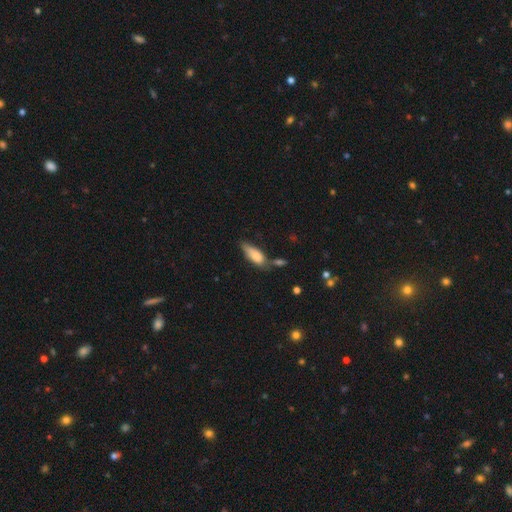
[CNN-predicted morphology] A smooth galaxy with no disk features (75%) that is in between round and cigar-shaped (73%).

Vote fractions:
- Smooth or featured? smooth: 75% / featured or disk: 18% / star or artifact: 7%
- How rounded? in between: 73% / cigar-shaped: 24% / round: 3%
- Merging? none: 37% / minor disturbance: 32% / merger: 19% / major disturbance: 12%